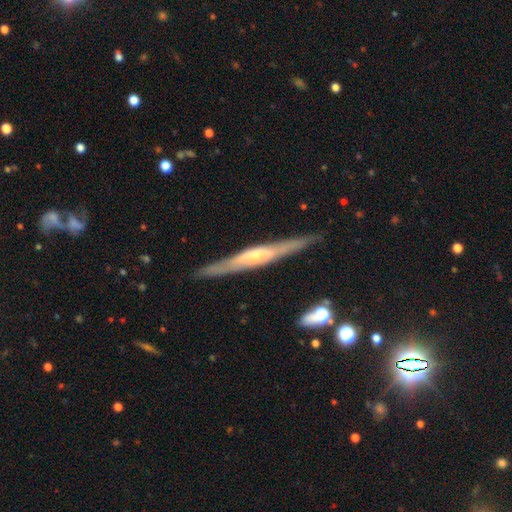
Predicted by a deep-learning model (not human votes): Smooth or featured: featured or disk — 74% (smooth — 20%)
Edge-on disk: yes — 93% (no — 7%)
Edge-on bulge: rounded — 63% (none — 24%)
Merging: none — 87% (minor disturbance — 10%)